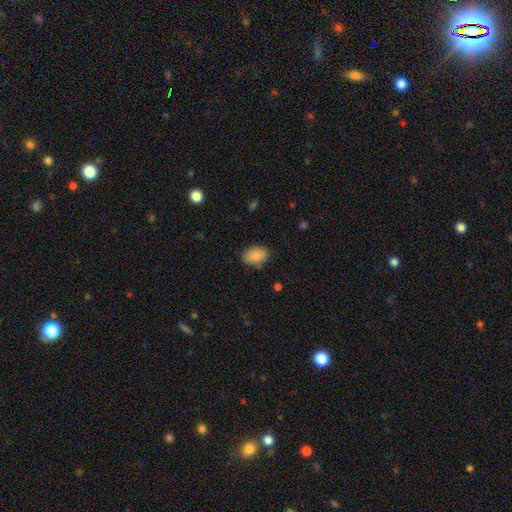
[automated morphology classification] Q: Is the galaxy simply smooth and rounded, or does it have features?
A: smooth — 84%.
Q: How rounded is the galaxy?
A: in between — 79%.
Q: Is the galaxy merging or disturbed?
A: none — 80%.